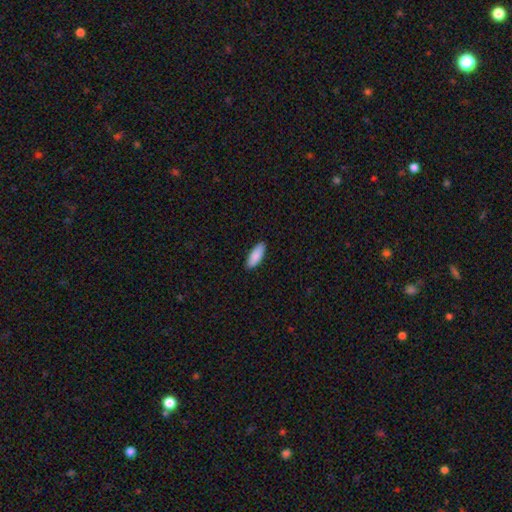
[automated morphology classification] Smooth or featured? smooth (89%)
How rounded? in between (72%)
Merging? none (90%)